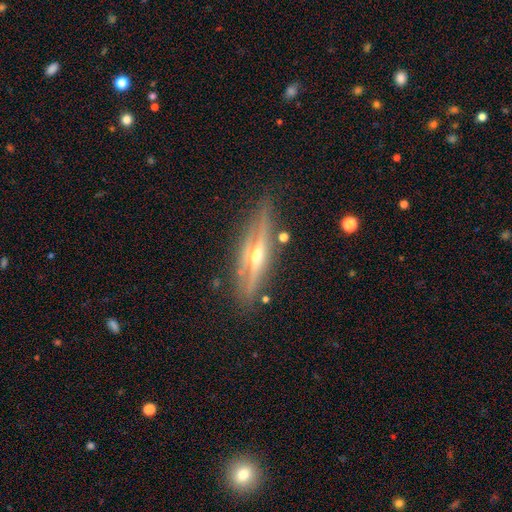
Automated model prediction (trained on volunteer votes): smooth_or_featured: featured or disk (p=0.80) [alt: smooth p=0.14]
disk_edge_on: yes (p=0.94) [alt: no p=0.06]
edge_on_bulge: rounded (p=0.92) [alt: none p=0.05]
merging: none (p=0.85) [alt: minor disturbance p=0.10]